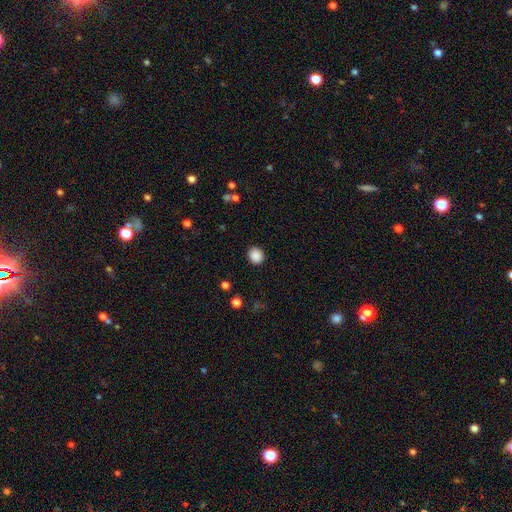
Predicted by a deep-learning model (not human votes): Overall: smooth (88%). How rounded: round (83%). Merging: none (91%).